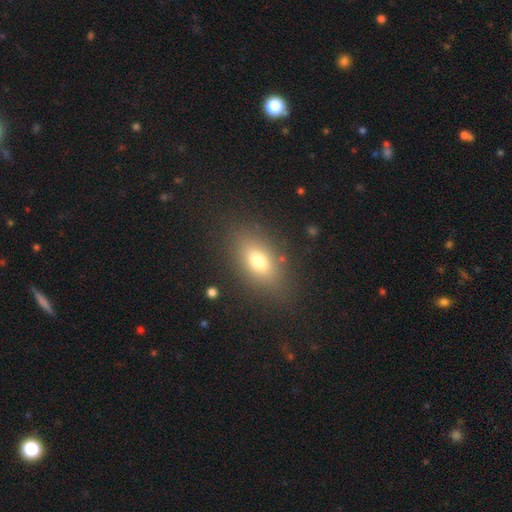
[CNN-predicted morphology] Overall: smooth (73%). How rounded: in between (84%). Merging: none (83%).